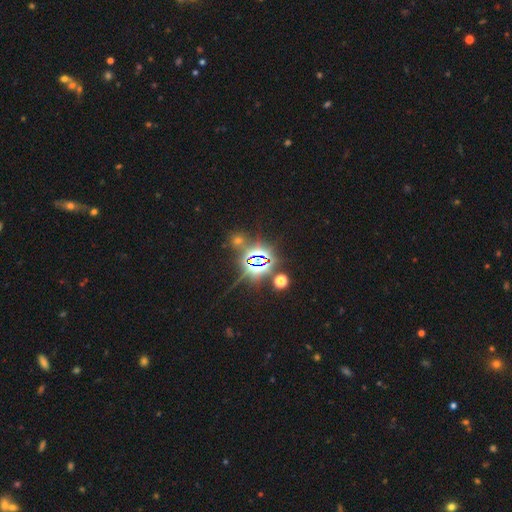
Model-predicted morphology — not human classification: smooth-or-featured: star or artifact: 81% | smooth: 13% | featured or disk: 7%